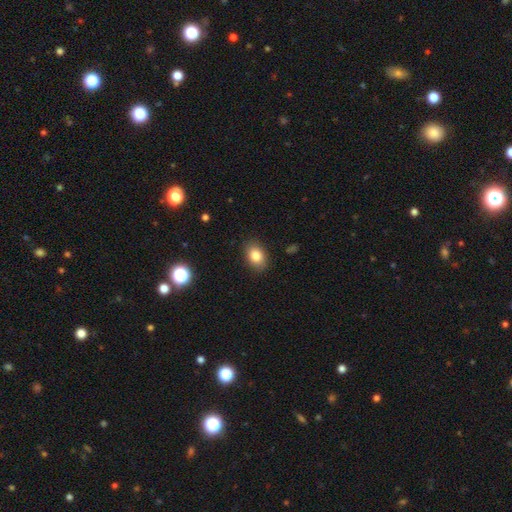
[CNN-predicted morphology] This appears to be a smooth galaxy with no disk features (82%) that is in between round and cigar-shaped (74%). Merging: none (87%).